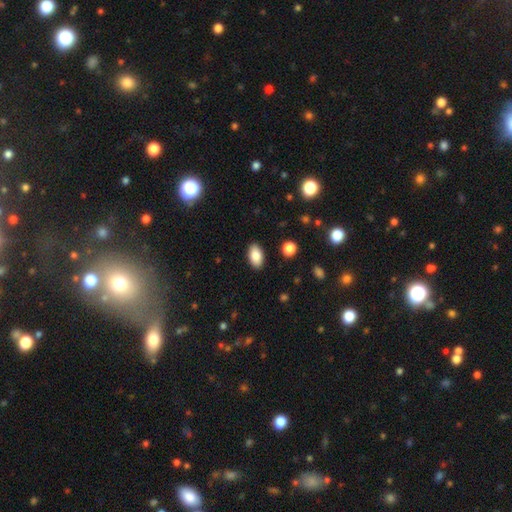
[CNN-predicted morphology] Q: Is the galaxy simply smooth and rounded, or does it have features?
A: smooth — 86%.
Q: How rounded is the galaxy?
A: in between — 93%.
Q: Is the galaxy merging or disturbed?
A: none — 89%.